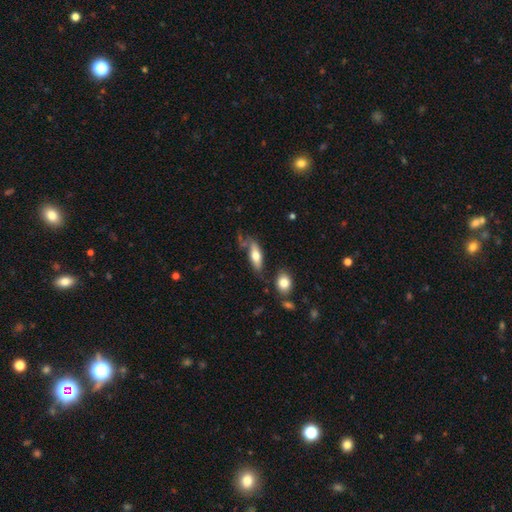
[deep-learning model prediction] smooth_or_featured: smooth (p=0.63) [alt: featured or disk p=0.30]
how_rounded: in between (p=0.63) [alt: cigar-shaped p=0.34]
merging: none (p=0.55) [alt: minor disturbance p=0.24]